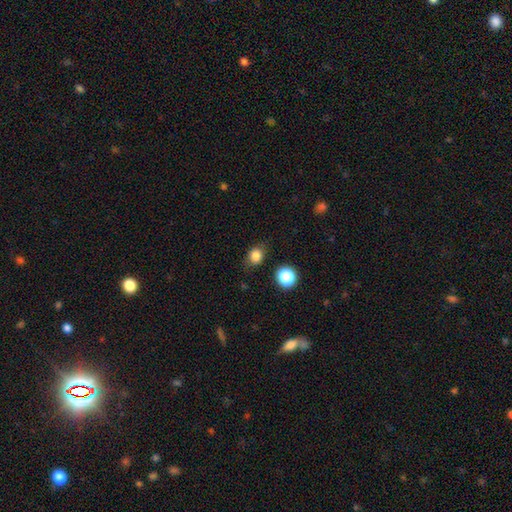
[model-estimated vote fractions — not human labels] Smooth or featured? smooth (82%)
How rounded? round (54%)
Merging? none (78%)